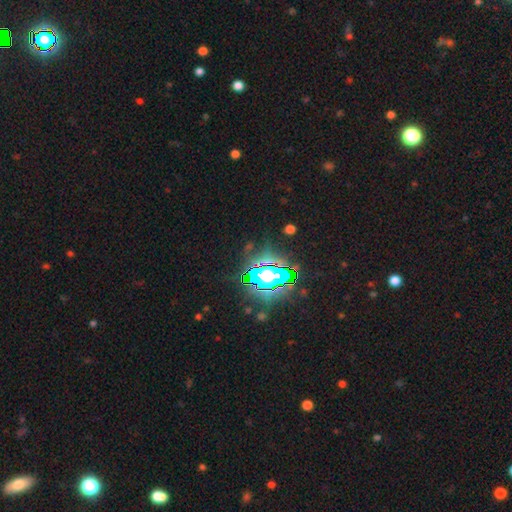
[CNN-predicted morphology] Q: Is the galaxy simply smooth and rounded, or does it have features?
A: star or artifact — 84%.